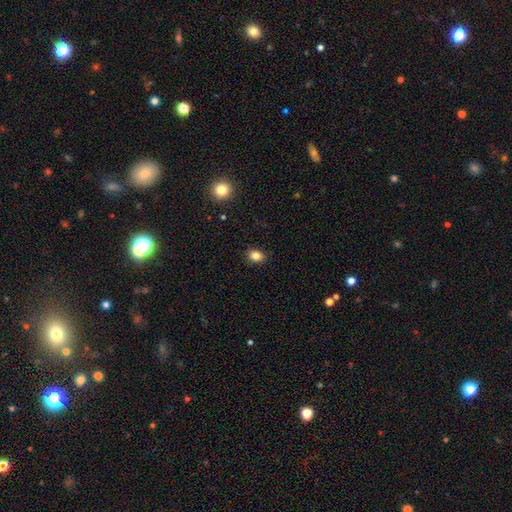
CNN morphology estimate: smooth_or_featured: smooth (p=0.84) [alt: star or artifact p=0.11]
how_rounded: in between (p=0.61) [alt: round p=0.38]
merging: none (p=0.88) [alt: minor disturbance p=0.09]